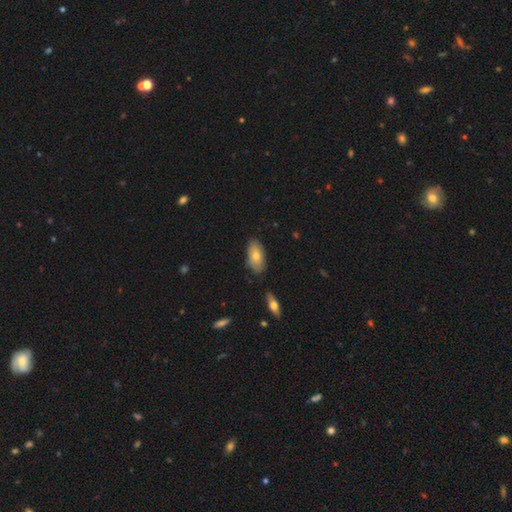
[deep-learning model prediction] This is likely a smooth galaxy (69%). How rounded: clearly in between (91%). Merging: likely none (79%).